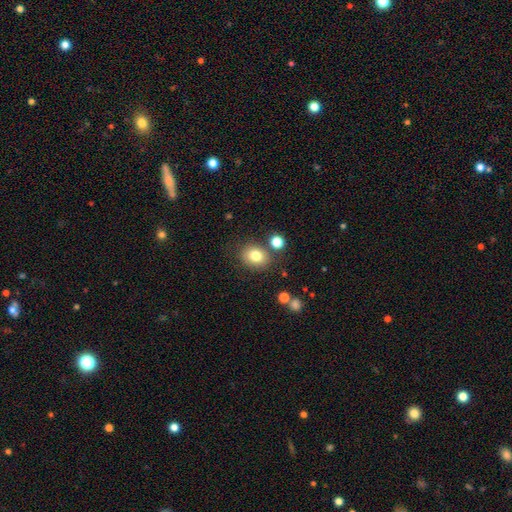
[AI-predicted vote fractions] Q: Smooth or featured?
A: smooth (79%); runner-up: star or artifact (11%)
Q: How rounded?
A: round (64%); runner-up: in between (36%)
Q: Merging?
A: none (78%); runner-up: minor disturbance (11%)